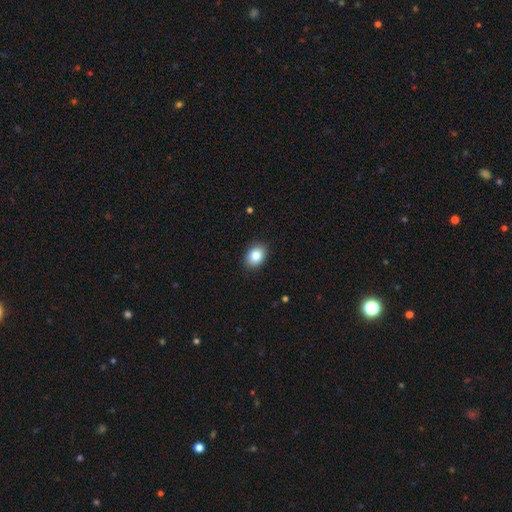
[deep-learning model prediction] Morphology: type=smooth (85%); roundness=in between (70%); merging=none (89%).